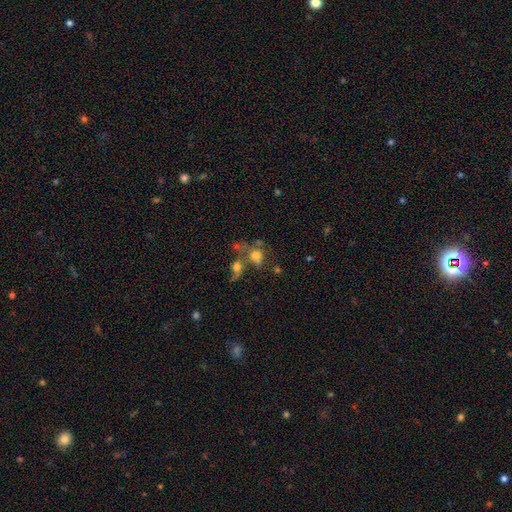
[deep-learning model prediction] smooth-or-featured: smooth: 63% | featured or disk: 23% | star or artifact: 14%
  how-rounded: round: 66% | in between: 32% | cigar-shaped: 2%
  merging: merger: 46% | none: 29% | major disturbance: 14% | minor disturbance: 11%